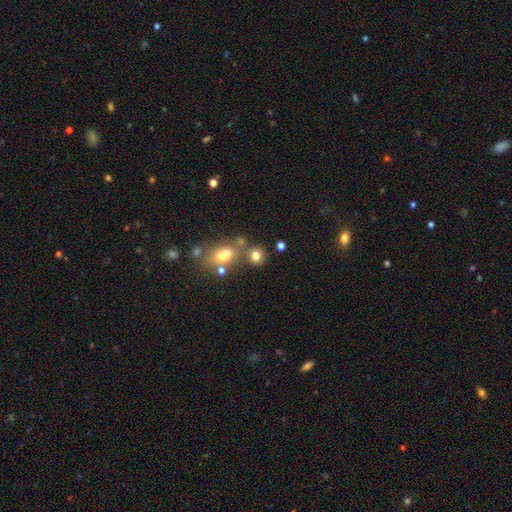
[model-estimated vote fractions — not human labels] smooth_or_featured: smooth (p=0.72) [alt: star or artifact p=0.16]
how_rounded: round (p=0.74) [alt: in between p=0.25]
merging: none (p=0.58) [alt: merger p=0.25]